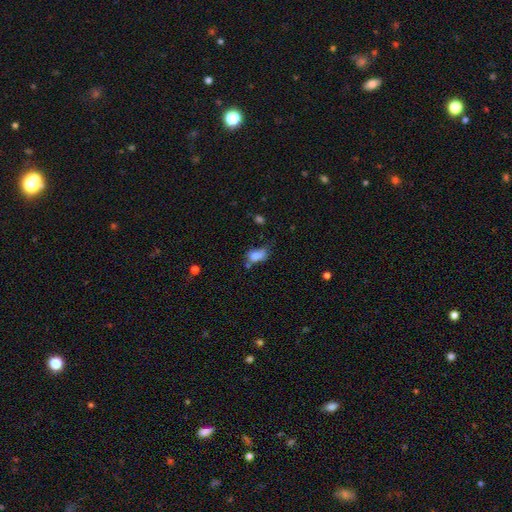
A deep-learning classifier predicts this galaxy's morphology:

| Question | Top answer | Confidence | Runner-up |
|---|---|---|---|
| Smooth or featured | smooth | 76% | featured or disk (13%) |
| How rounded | in between | 79% | round (18%) |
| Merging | none | 34% | minor disturbance (31%) |